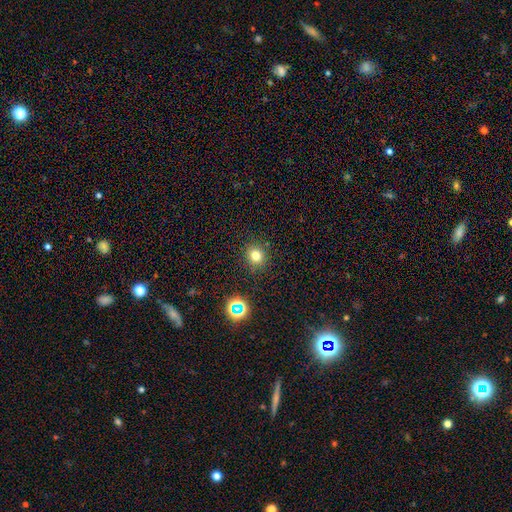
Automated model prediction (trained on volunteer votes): A smooth galaxy with no disk features (76%) that is round (86%). Merging: none (88%).